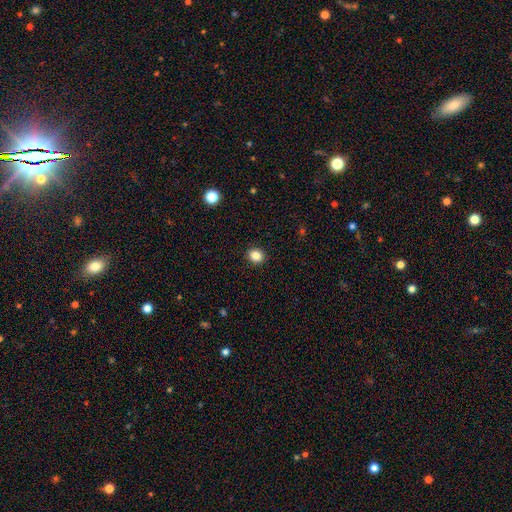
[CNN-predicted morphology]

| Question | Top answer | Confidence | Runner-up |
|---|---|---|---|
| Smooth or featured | smooth | 86% | star or artifact (10%) |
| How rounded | round | 68% | in between (31%) |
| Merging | none | 91% | minor disturbance (6%) |